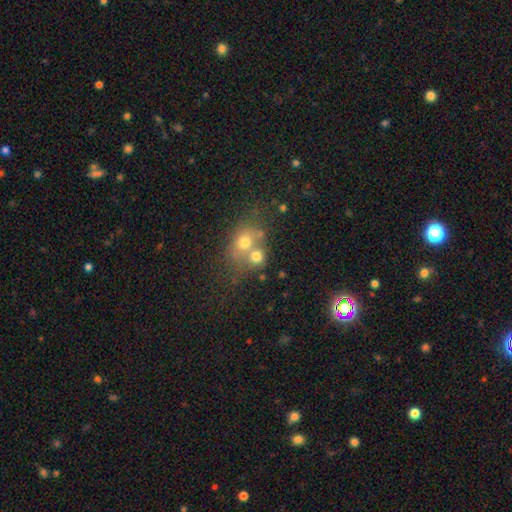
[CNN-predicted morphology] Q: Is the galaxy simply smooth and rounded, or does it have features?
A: smooth — 62%.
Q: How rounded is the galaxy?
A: round — 65%.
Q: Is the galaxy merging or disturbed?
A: merger — 54%.